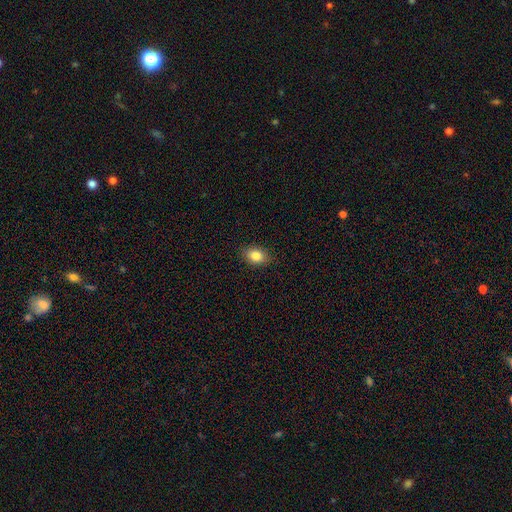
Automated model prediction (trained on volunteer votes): Overall: smooth (83%). How rounded: in between (72%). Merging: none (87%).